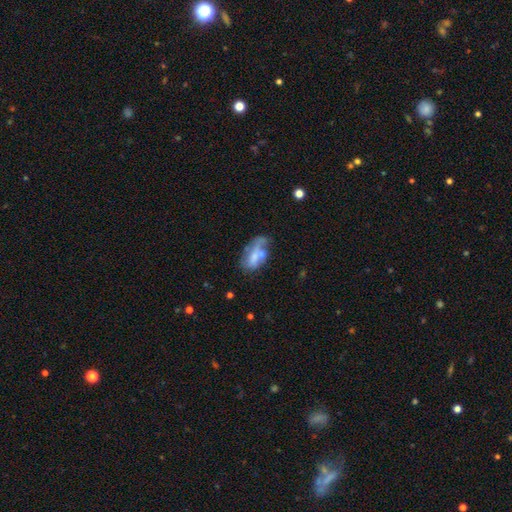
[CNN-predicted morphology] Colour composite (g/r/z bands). It shows a smooth galaxy with no disk features (50%). Merging: none (29%).